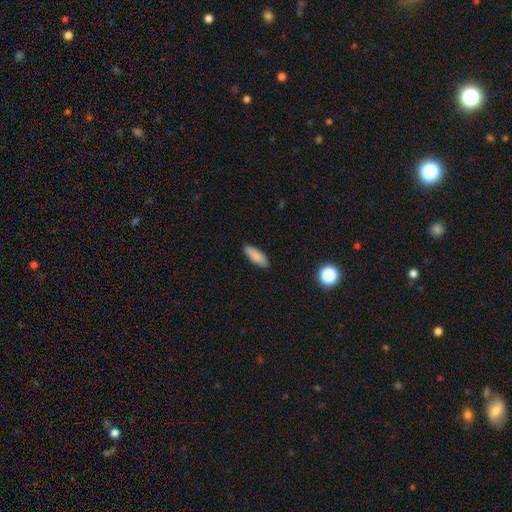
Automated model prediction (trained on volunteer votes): Smooth or featured? Predicted: smooth (p=0.86). How rounded? Predicted: in between (p=0.60). Merging? Predicted: none (p=0.88).